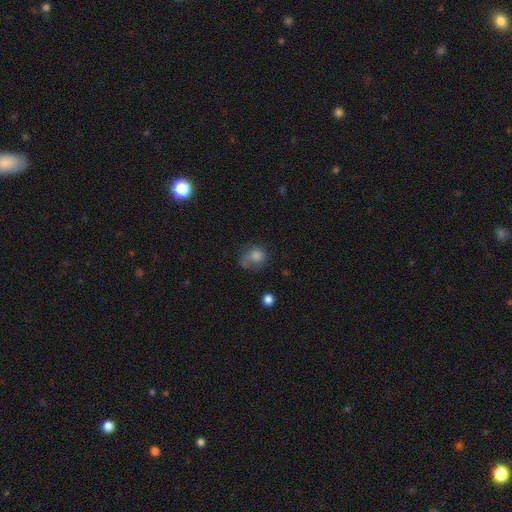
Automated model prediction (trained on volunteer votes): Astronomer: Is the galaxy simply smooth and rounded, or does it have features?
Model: smooth — 71%.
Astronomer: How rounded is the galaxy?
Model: round — 68%.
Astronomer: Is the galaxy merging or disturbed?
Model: none — 43% (runner-up: minor disturbance, 28%).